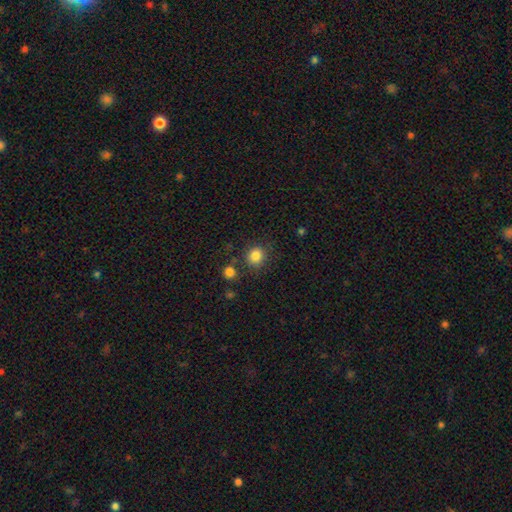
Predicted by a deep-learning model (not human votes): The model was most divided on "how rounded": round: 84%, in between: 15%, cigar-shaped: 1%. More confident: smooth or featured — smooth (85%); merging — none (81%).